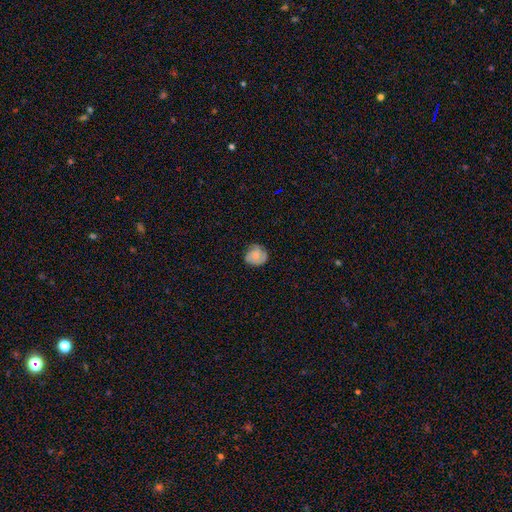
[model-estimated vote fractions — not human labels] Smooth or featured? smooth (56%)
How rounded? round (78%)
Merging? none (71%)